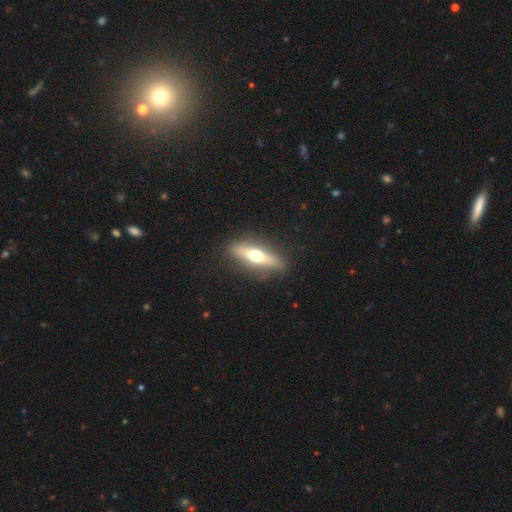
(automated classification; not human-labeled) smooth_or_featured: featured or disk (p=0.53) [alt: smooth p=0.40]
disk_edge_on: yes (p=0.87) [alt: no p=0.13]
merging: none (p=0.86) [alt: minor disturbance p=0.10]